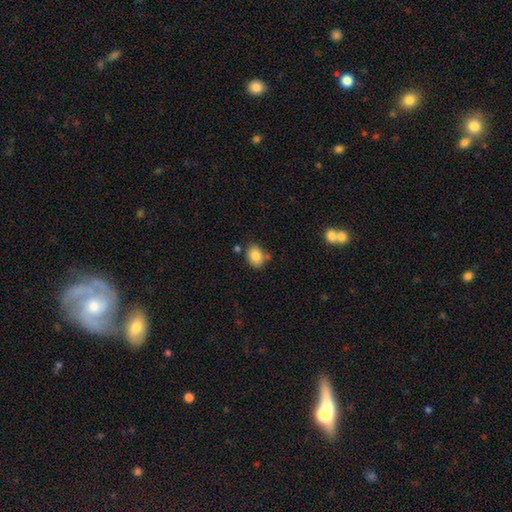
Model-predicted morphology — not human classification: A smooth galaxy with no disk features (83%) that is in between round and cigar-shaped (57%).

Vote fractions:
- Smooth or featured? smooth: 83% / star or artifact: 9% / featured or disk: 8%
- How rounded? in between: 57% / round: 42% / cigar-shaped: 1%
- Merging? none: 69% / minor disturbance: 19% / merger: 9% / major disturbance: 4%